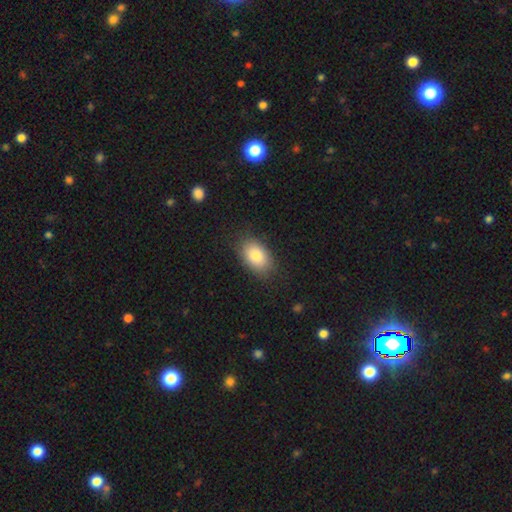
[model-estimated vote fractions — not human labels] smooth_or_featured: smooth (p=0.83) [alt: featured or disk p=0.10]
how_rounded: in between (p=0.89) [alt: round p=0.09]
merging: none (p=0.83) [alt: minor disturbance p=0.13]